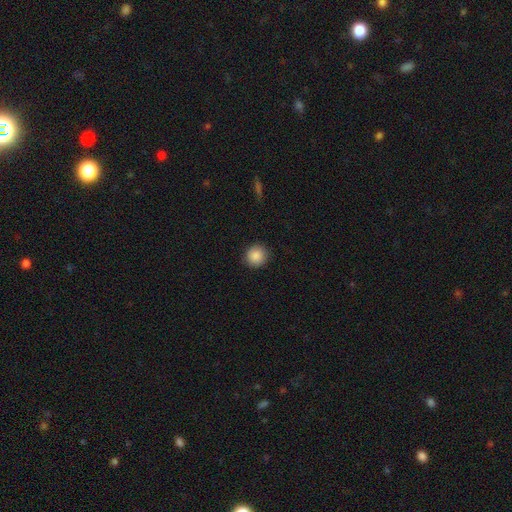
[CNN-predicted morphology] smooth-or-featured: smooth: 88% | star or artifact: 8% | featured or disk: 3%
  how-rounded: round: 92% | in between: 7% | cigar-shaped: 1%
  merging: none: 90% | minor disturbance: 7% | major disturbance: 2% | merger: 1%